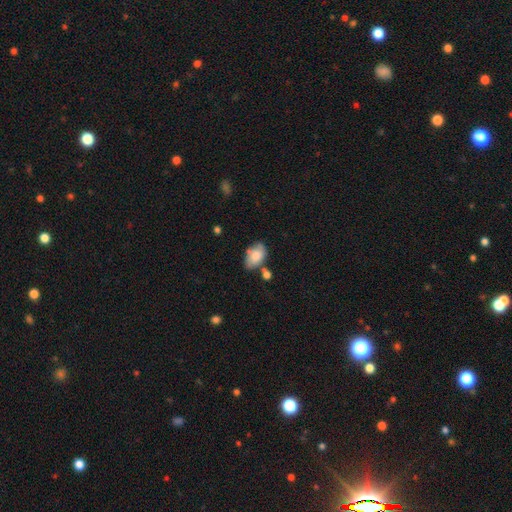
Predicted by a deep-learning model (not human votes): Smooth or featured? Predicted: smooth (p=0.73). How rounded? Predicted: in between (p=0.89). Merging? Predicted: none (p=0.51).